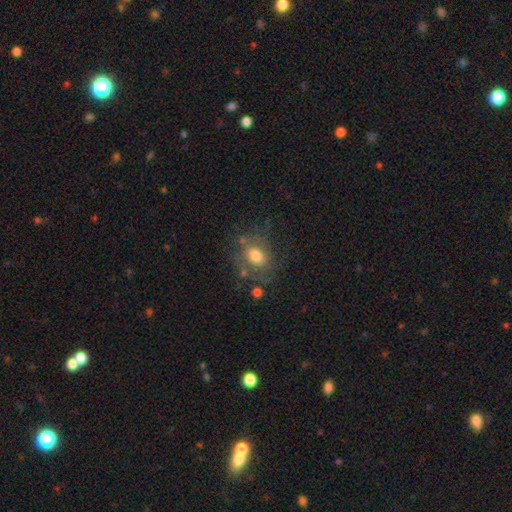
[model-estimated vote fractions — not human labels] smooth_or_featured: smooth (p=0.55) [alt: featured or disk p=0.34]
how_rounded: in between (p=0.58) [alt: round p=0.41]
merging: none (p=0.58) [alt: minor disturbance p=0.22]